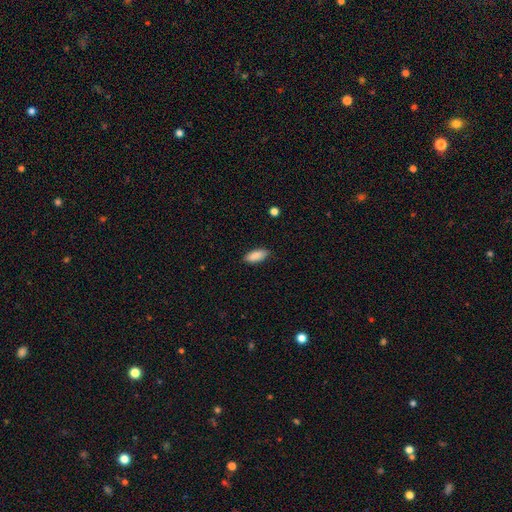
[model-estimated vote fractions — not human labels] This appears to be a smooth galaxy with no disk features (89%) that is in between round and cigar-shaped (81%). Merging: none (87%).